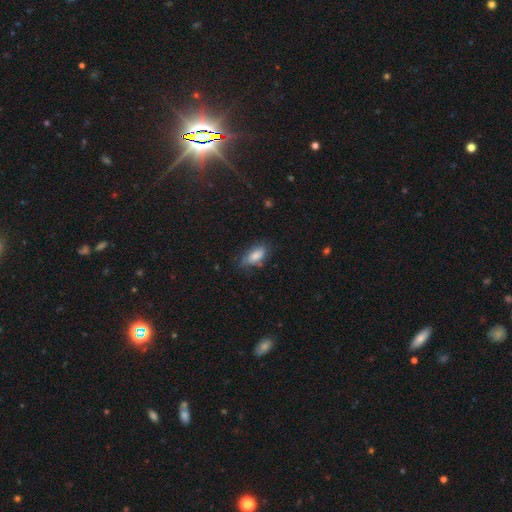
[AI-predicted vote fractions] Smooth or featured: smooth — 79% (featured or disk — 13%)
How rounded: in between — 86% (cigar-shaped — 11%)
Merging: none — 64% (minor disturbance — 27%)